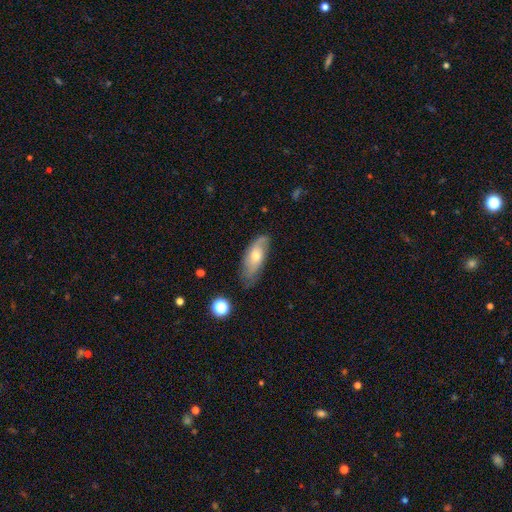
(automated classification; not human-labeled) The model was most divided on "smooth or featured": smooth: 52%, featured or disk: 40%, star or artifact: 7%. More confident: how rounded — in between (78%); merging — none (63%).